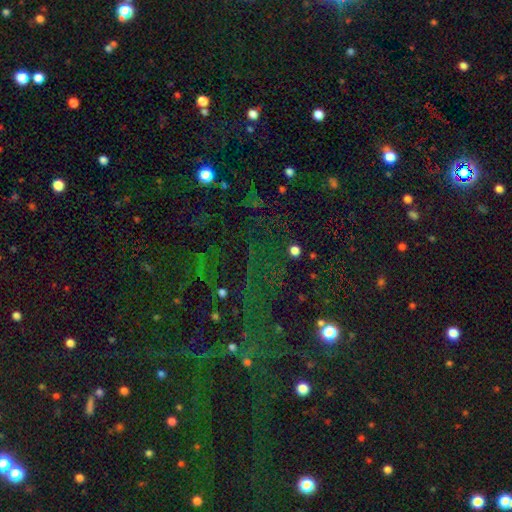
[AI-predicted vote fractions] Smooth or featured? star or artifact (80%)